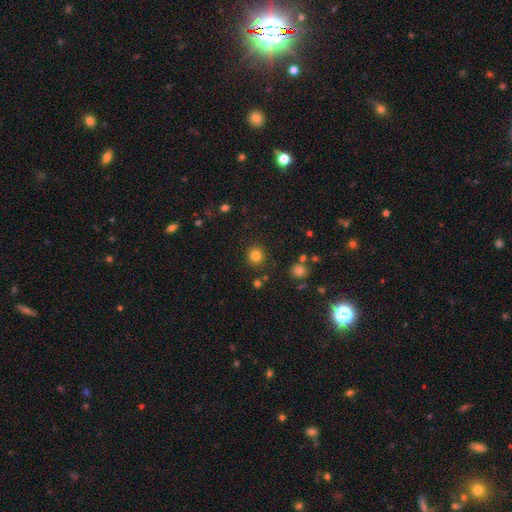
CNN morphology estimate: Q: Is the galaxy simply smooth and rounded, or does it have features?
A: smooth — 81%.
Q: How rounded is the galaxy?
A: round — 91%.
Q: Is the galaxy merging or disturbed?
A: none — 88%.